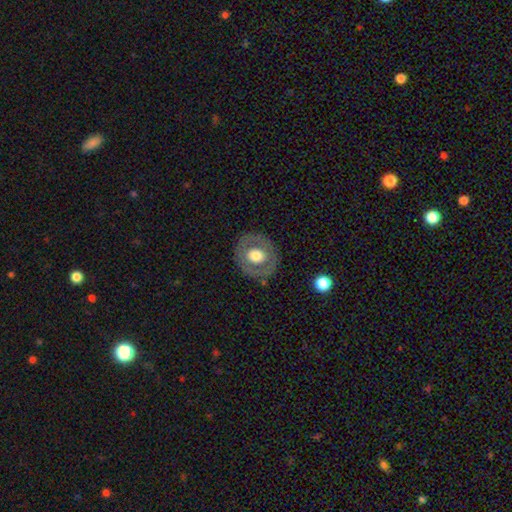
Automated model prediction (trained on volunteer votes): smooth 51%, featured or disk 43%, star or artifact 6%. Down the decision tree: how rounded — round (78%); merging — none (84%).